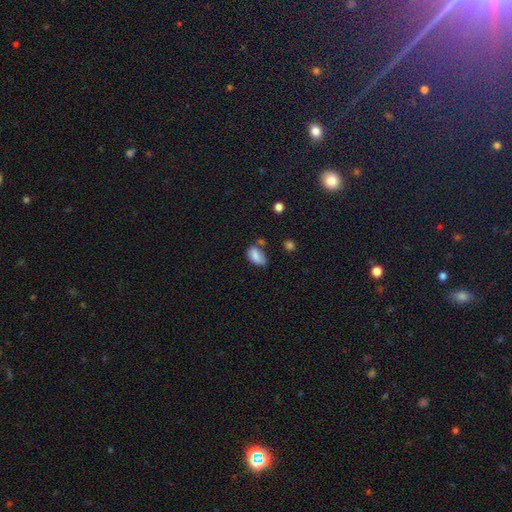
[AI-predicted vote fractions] Smooth or featured? smooth (81%)
How rounded? in between (89%)
Merging? none (47%)